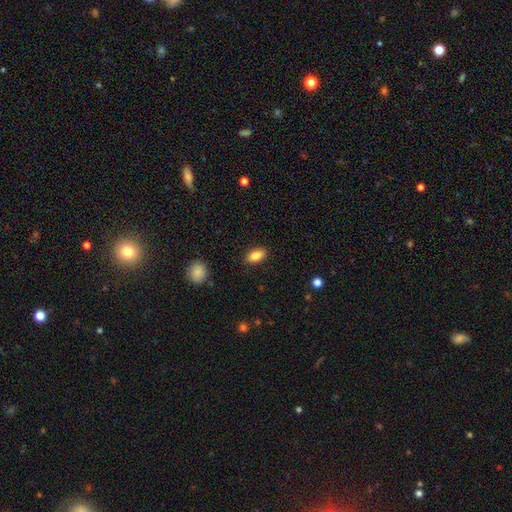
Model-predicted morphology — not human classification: smooth 86%, star or artifact 8%, featured or disk 6%. Down the decision tree: how rounded — in between (89%); merging — none (88%).